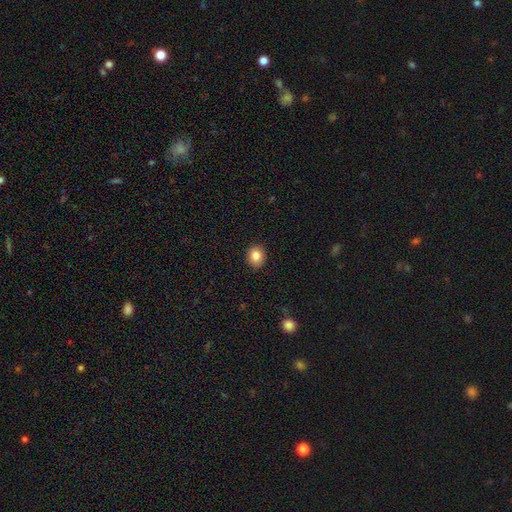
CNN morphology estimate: This is clearly a smooth galaxy (84%). How rounded: likely round (71%). Merging: clearly none (91%).